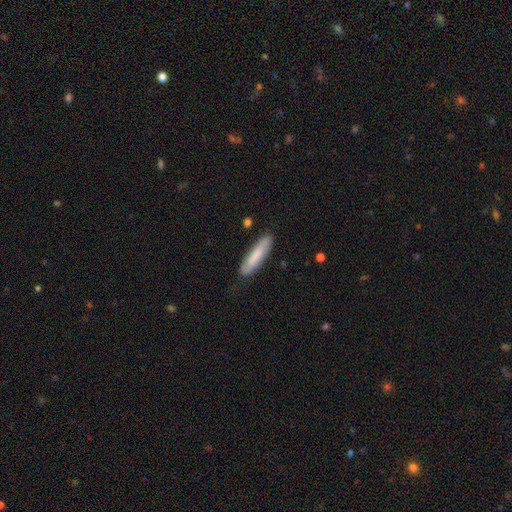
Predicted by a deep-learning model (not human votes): A smooth galaxy with no disk features (77%) that is cigar-shaped (83%).

Vote fractions:
- Smooth or featured? smooth: 77% / featured or disk: 17% / star or artifact: 6%
- How rounded? cigar-shaped: 83% / in between: 16% / round: 1%
- Merging? none: 82% / minor disturbance: 14% / major disturbance: 2% / merger: 1%